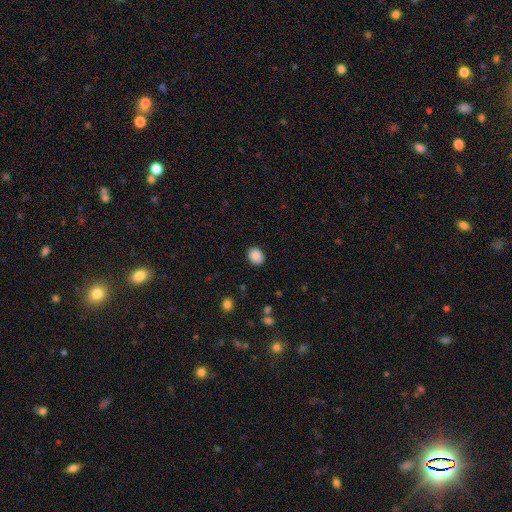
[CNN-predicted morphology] This is clearly a smooth galaxy (89%). How rounded: possibly in between (54%). Merging: clearly none (89%).